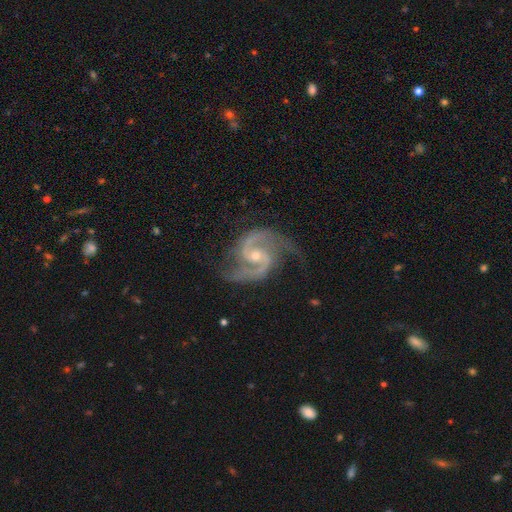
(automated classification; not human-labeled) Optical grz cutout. It shows a featured or disk galaxy (93%) with no bar (49%), 2 (91%) medium (64%) spiral arms (99%) and a small central bulge (55%). Merging: none (74%).